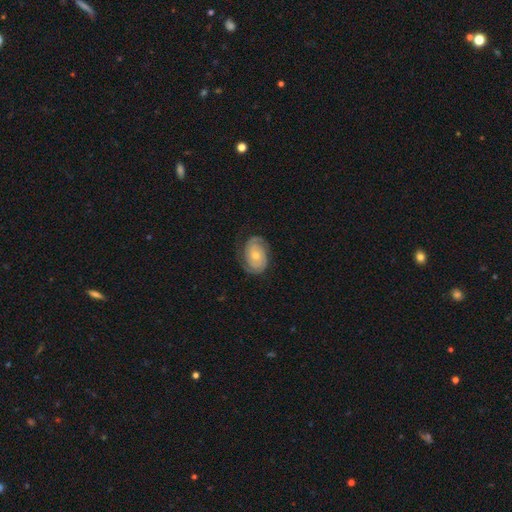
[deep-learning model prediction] Overall: featured or disk (79%). Edge-on disk: no (97%). Bar: no (74%). Spiral arms: yes (94%). Spiral arm count: 2 (78%). Spiral winding: tight (64%; medium 28%). Bulge size: small (49%; moderate 45%). Merging: none (77%).